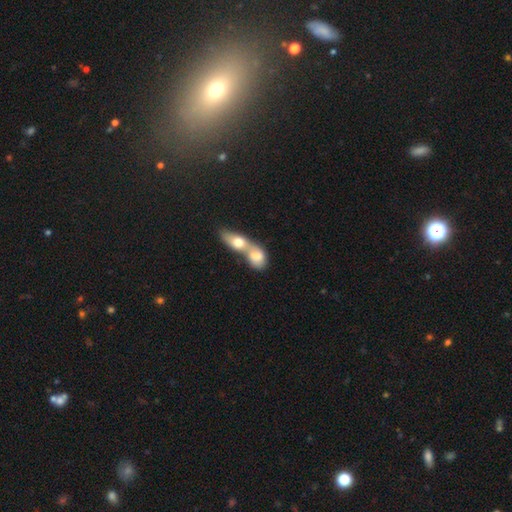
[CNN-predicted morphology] This is likely a smooth galaxy (68%). How rounded: likely in between (67%). Merging: clearly merger (81%).